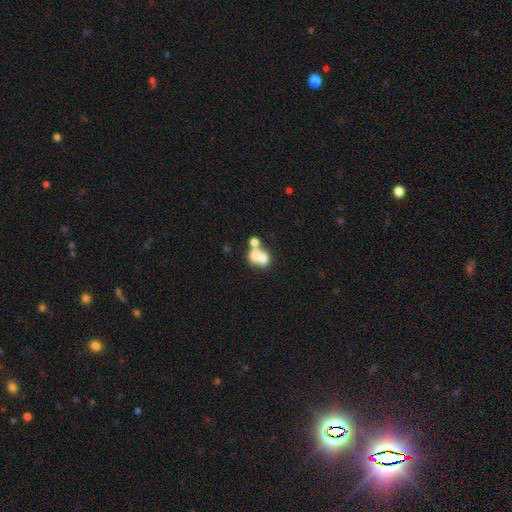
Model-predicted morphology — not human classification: Smooth or featured? Predicted: smooth (p=0.54). How rounded? Predicted: round (p=0.62). Merging? Predicted: merger (p=0.62).